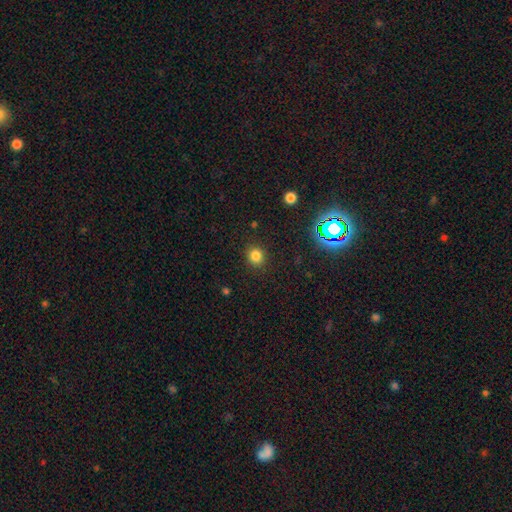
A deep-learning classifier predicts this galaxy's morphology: This appears to be a smooth galaxy with no disk features (80%) that is round (86%). Merging: none (90%).